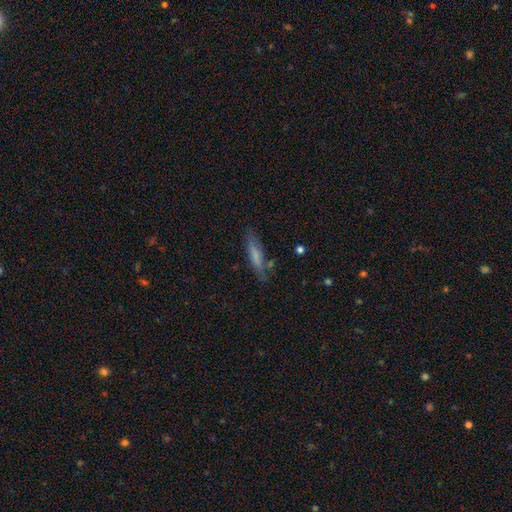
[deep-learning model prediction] smooth-or-featured: smooth: 67% | featured or disk: 26% | star or artifact: 7%
  how-rounded: cigar-shaped: 78% | in between: 20% | round: 2%
  merging: none: 74% | minor disturbance: 17% | major disturbance: 5% | merger: 4%